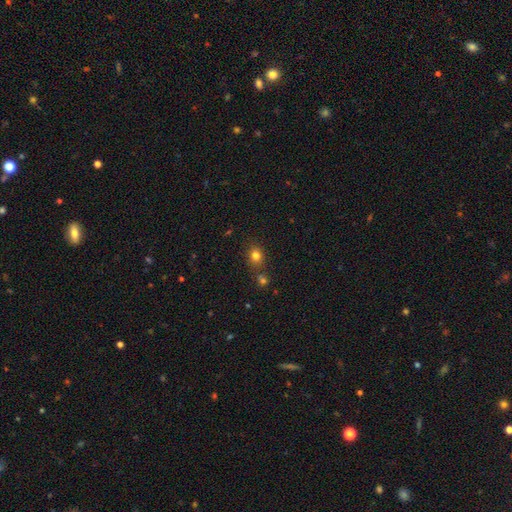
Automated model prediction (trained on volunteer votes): smooth-or-featured: smooth: 78% | star or artifact: 15% | featured or disk: 7%
  how-rounded: round: 66% | in between: 33% | cigar-shaped: 1%
  merging: none: 72% | merger: 13% | minor disturbance: 11% | major disturbance: 3%